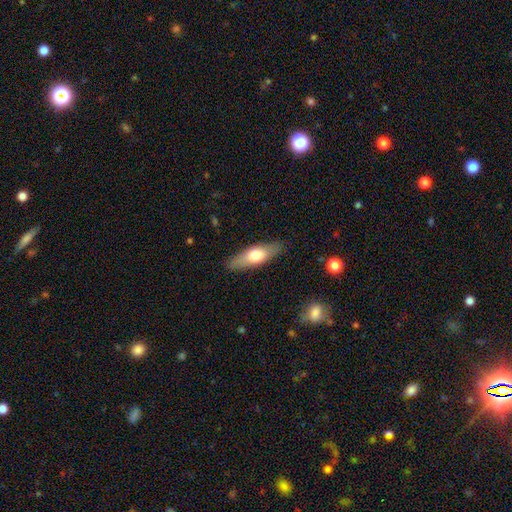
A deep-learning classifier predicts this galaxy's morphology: A smooth galaxy with no disk features (59%) that is in between round and cigar-shaped (49%).

Vote fractions:
- Smooth or featured? smooth: 59% / featured or disk: 35% / star or artifact: 6%
- How rounded? in between: 49% / cigar-shaped: 48% / round: 3%
- Merging? none: 87% / minor disturbance: 10% / major disturbance: 2% / merger: 1%